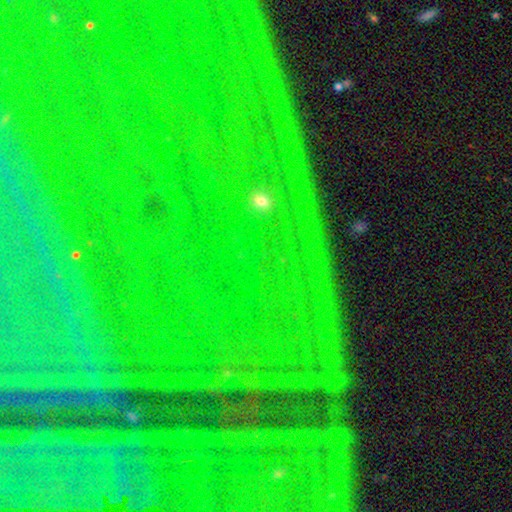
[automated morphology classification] The model was most divided on "smooth or featured": star or artifact: 86%, featured or disk: 8%, smooth: 6%.